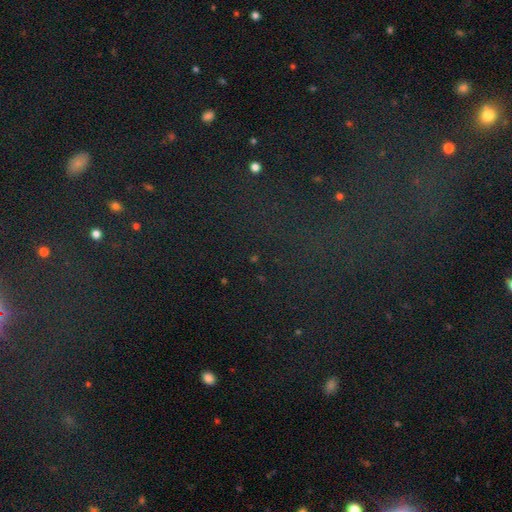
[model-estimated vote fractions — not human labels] Q: Smooth or featured?
A: star or artifact (71%); runner-up: smooth (17%)